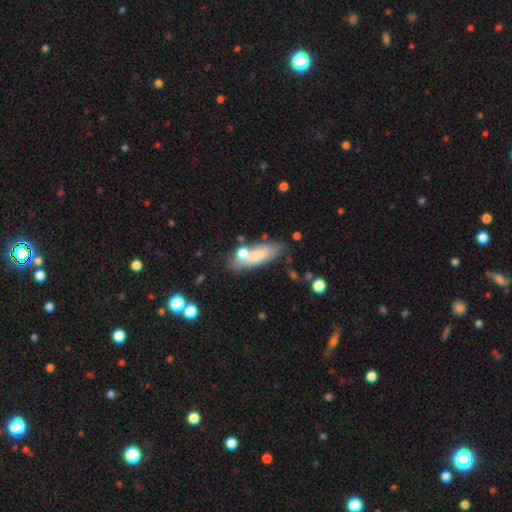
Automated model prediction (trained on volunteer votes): Smooth or featured? Predicted: smooth (p=0.71). How rounded? Predicted: in between (p=0.58). Merging? Predicted: none (p=0.58).